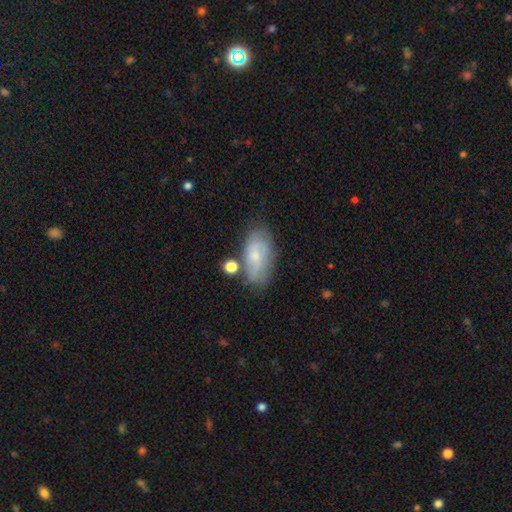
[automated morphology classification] smooth-or-featured: smooth: 53% | featured or disk: 39% | star or artifact: 8%
  how-rounded: in between: 90% | cigar-shaped: 6% | round: 5%
  merging: none: 61% | minor disturbance: 23% | merger: 9% | major disturbance: 7%